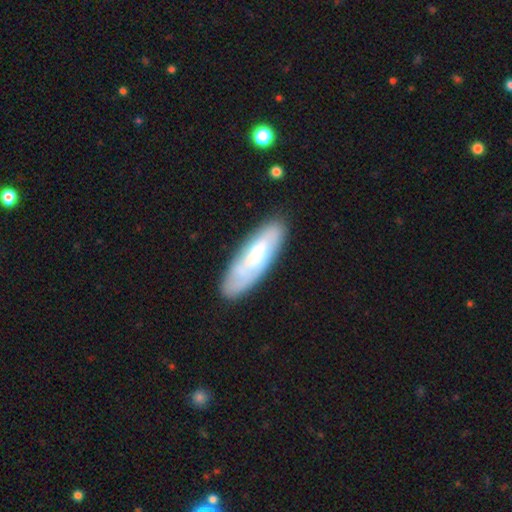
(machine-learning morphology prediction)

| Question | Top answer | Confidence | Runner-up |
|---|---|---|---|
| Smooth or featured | smooth | 59% | featured or disk (35%) |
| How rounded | cigar-shaped | 55% | in between (43%) |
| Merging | none | 76% | minor disturbance (17%) |